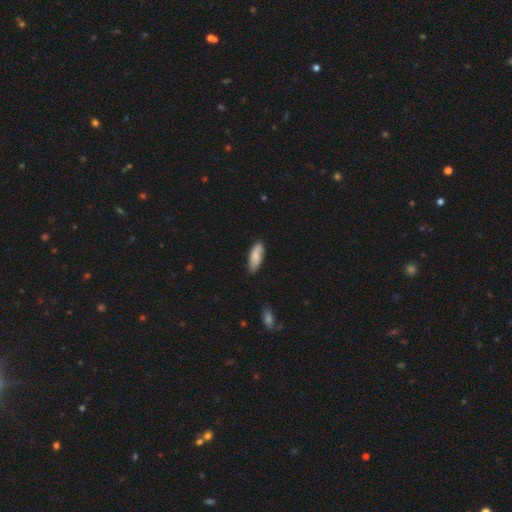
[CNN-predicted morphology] Overall: smooth (76%). How rounded: in between (77%). Merging: none (79%).